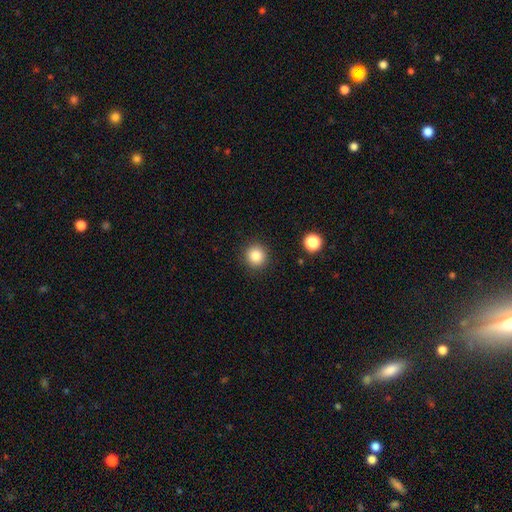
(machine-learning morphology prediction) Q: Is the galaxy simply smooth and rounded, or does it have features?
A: smooth — 85%.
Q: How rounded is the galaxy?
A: round — 94%.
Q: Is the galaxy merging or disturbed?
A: none — 91%.